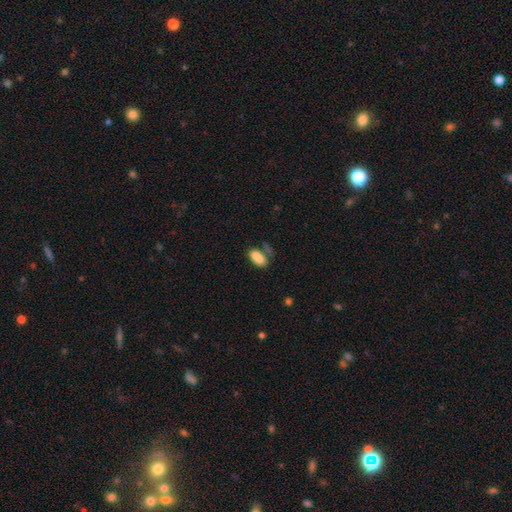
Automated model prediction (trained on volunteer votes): A smooth galaxy with no disk features (84%) that is in between round and cigar-shaped (86%).

Vote fractions:
- Smooth or featured? smooth: 84% / star or artifact: 8% / featured or disk: 7%
- How rounded? in between: 86% / cigar-shaped: 10% / round: 3%
- Merging? none: 51% / merger: 21% / minor disturbance: 18% / major disturbance: 9%